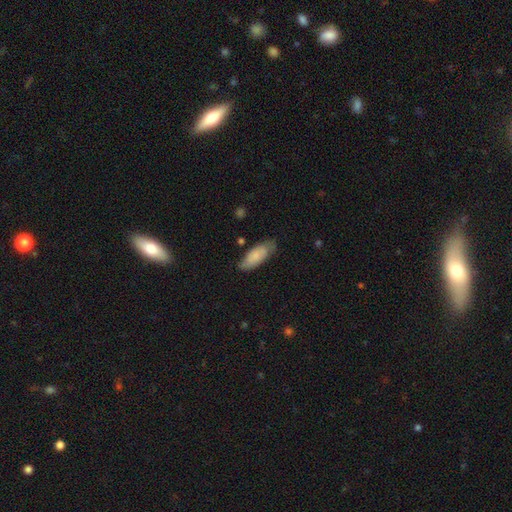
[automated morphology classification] smooth_or_featured: smooth (p=0.76) [alt: featured or disk p=0.18]
how_rounded: in between (p=0.78) [alt: cigar-shaped p=0.20]
merging: none (p=0.68) [alt: minor disturbance p=0.25]